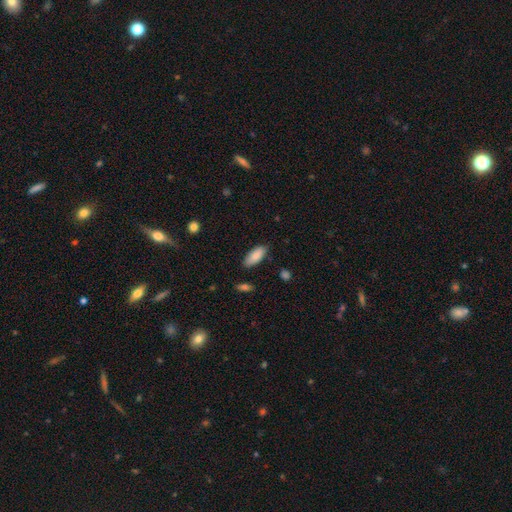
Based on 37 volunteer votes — A smooth galaxy with no disk features (86%) that is in between round and cigar-shaped (88%).

Vote fractions:
- Smooth or featured? smooth: 86% / featured or disk: 8% / star or artifact: 5%
- How rounded? in between: 88% / cigar-shaped: 12% / round: 0%
- Merging? none: 91% / minor disturbance: 9% / major disturbance: 0% / merger: 0%